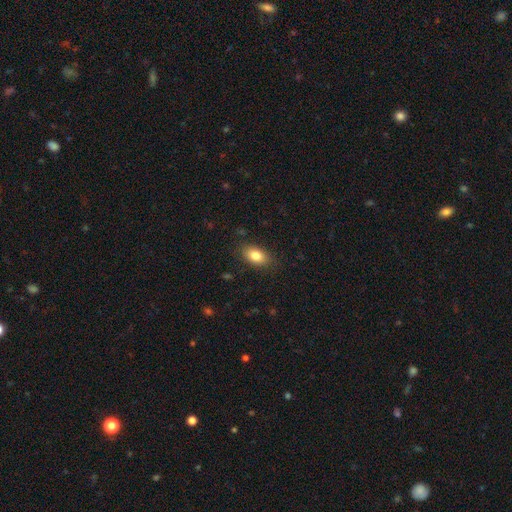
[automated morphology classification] smooth_or_featured: smooth (p=0.83) [alt: featured or disk p=0.09]
how_rounded: in between (p=0.88) [alt: round p=0.09]
merging: none (p=0.83) [alt: minor disturbance p=0.12]